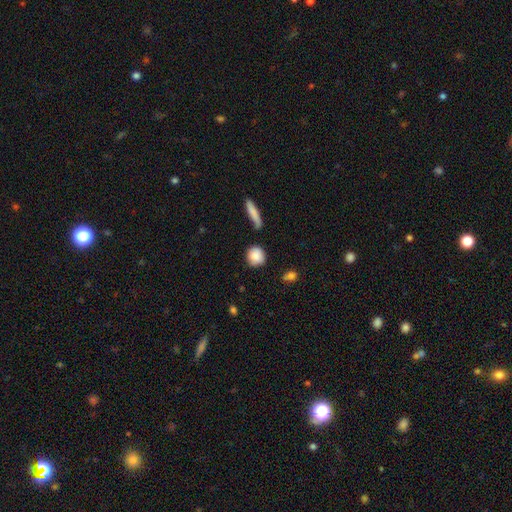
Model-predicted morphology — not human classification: The model was most divided on "merging": none: 74%, minor disturbance: 16%, merger: 6%, major disturbance: 4%. More confident: smooth or featured — smooth (86%); how rounded — round (82%).